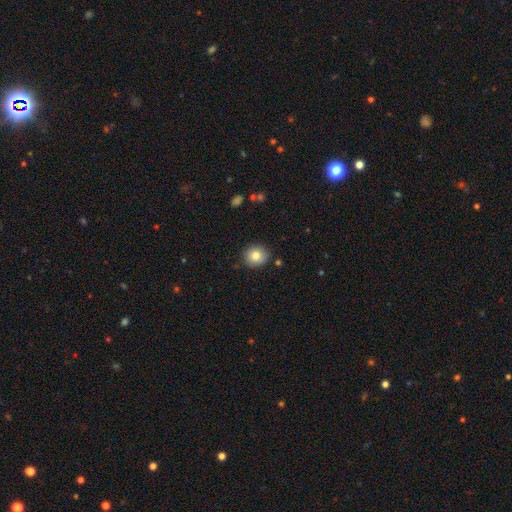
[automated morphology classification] Smooth or featured? smooth (81%)
How rounded? round (85%)
Merging? none (88%)